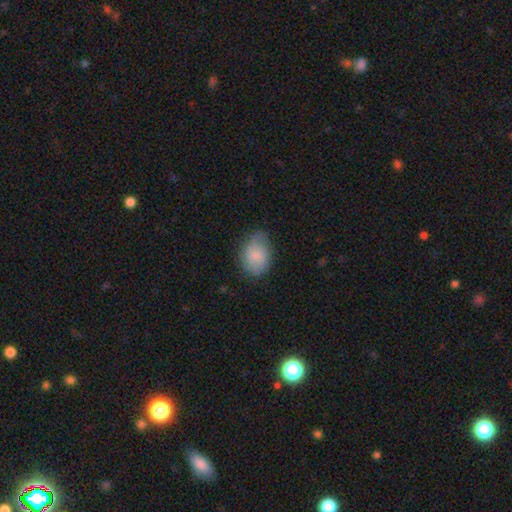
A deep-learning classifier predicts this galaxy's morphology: A smooth galaxy with no disk features (78%) that is in between round and cigar-shaped (74%).

Vote fractions:
- Smooth or featured? smooth: 78% / featured or disk: 15% / star or artifact: 7%
- How rounded? in between: 74% / round: 25% / cigar-shaped: 1%
- Merging? none: 59% / minor disturbance: 32% / major disturbance: 8% / merger: 1%